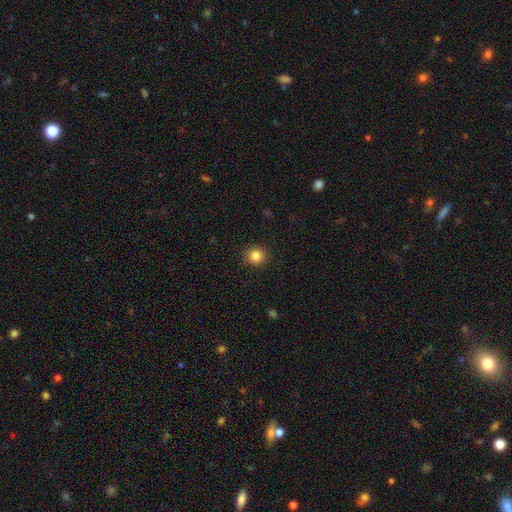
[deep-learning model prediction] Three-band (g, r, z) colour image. It shows a smooth galaxy with no disk features (83%) that is round (92%). Merging: none (91%).